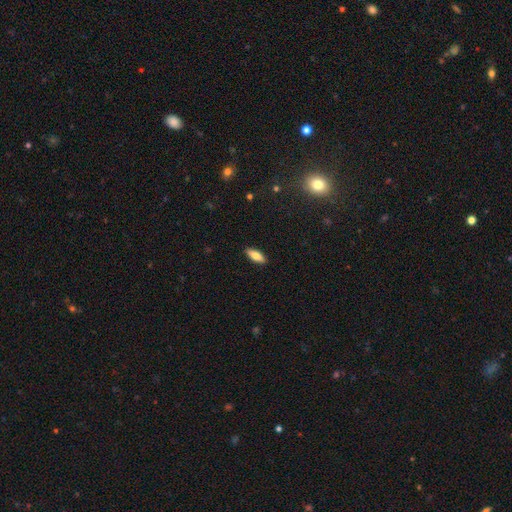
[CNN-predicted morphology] Smooth or featured: smooth — 75% (featured or disk — 18%)
How rounded: in between — 69% (cigar-shaped — 28%)
Merging: none — 89% (minor disturbance — 8%)